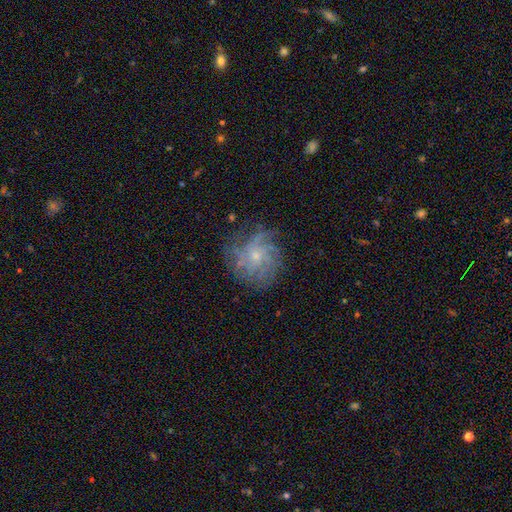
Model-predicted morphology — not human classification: Overall: featured or disk (71%). Edge-on disk: no (97%). Bar: no (79%). Spiral arms: yes (89%). Spiral arm count: can't tell (39%; 4 19%). Spiral winding: tight (52%; medium 32%). Bulge size: small (65%; moderate 28%). Merging: none (73%).